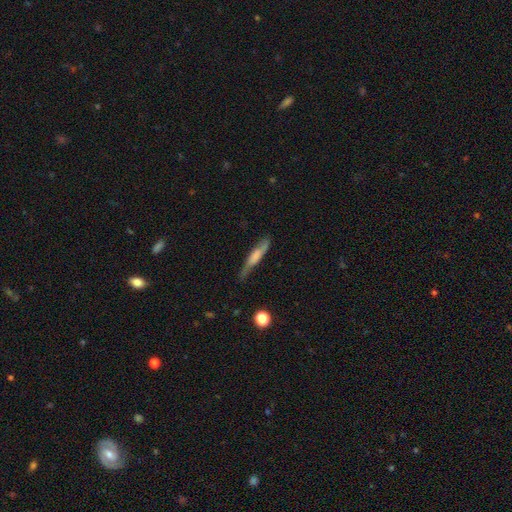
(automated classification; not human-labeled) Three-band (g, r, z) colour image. It shows a smooth galaxy with no disk features (54%) that is cigar-shaped (86%). Merging: none (62%).